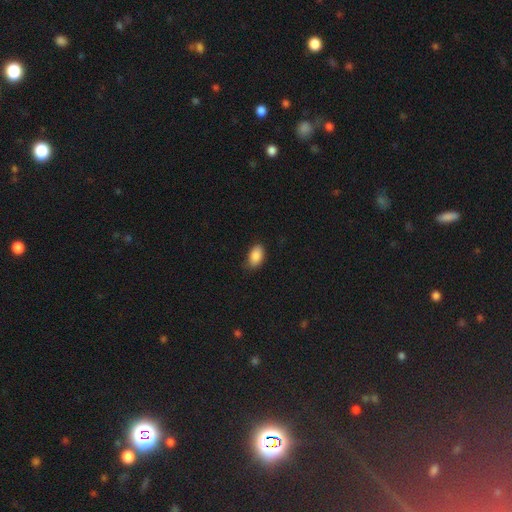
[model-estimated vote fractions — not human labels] The model was most divided on "merging": none: 77%, minor disturbance: 18%, major disturbance: 3%, merger: 1%. More confident: how rounded — in between (92%); smooth or featured — smooth (88%).